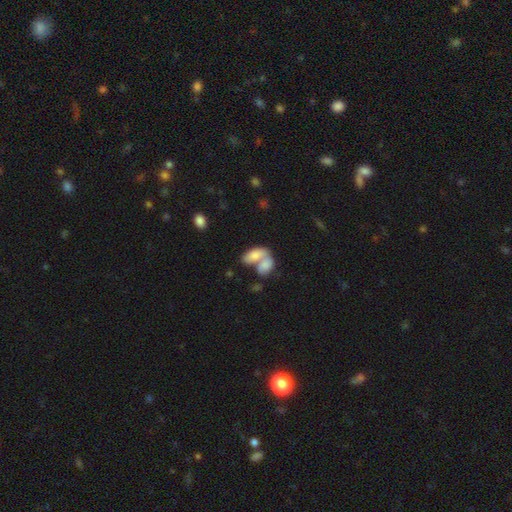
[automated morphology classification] Overall: smooth (76%). How rounded: in between (91%). Merging: merger (71%).